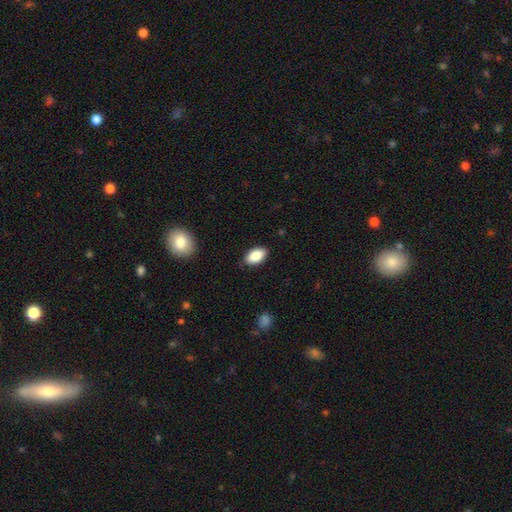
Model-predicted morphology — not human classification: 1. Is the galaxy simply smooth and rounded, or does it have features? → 87% smooth, 7% star or artifact, 6% featured or disk.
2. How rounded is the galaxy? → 93% in between, 4% round, 2% cigar-shaped.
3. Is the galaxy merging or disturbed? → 86% none, 10% minor disturbance, 2% major disturbance, 1% merger.